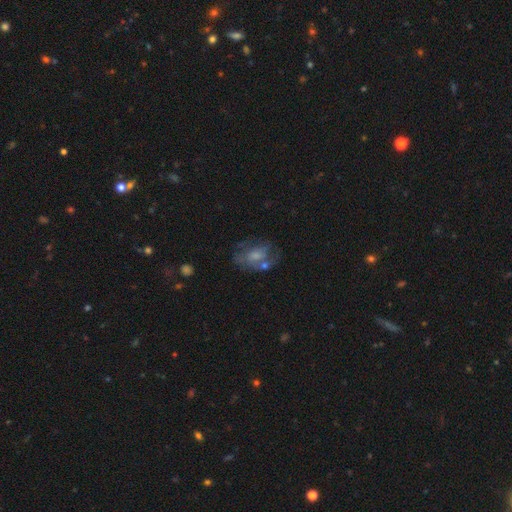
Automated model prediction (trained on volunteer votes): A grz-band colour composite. It shows a featured or disk galaxy (53%) with no bar (67%), spiral arms (54%) and a moderate central bulge (36%). Merging: none (44%).